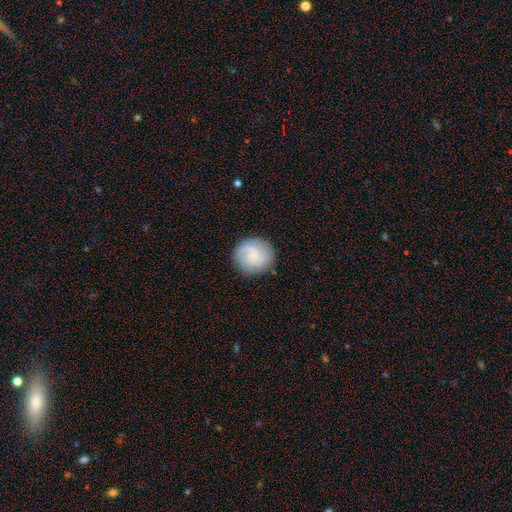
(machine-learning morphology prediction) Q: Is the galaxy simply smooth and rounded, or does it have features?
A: smooth — 60%.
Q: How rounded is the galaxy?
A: round — 92%.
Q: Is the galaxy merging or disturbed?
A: none — 85%.